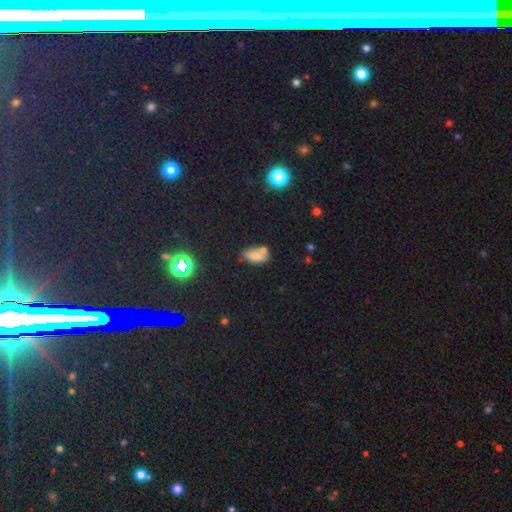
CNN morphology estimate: smooth_or_featured: smooth (p=0.70) [alt: star or artifact p=0.18]
how_rounded: in between (p=0.88) [alt: round p=0.08]
merging: none (p=0.50) [alt: merger p=0.25]